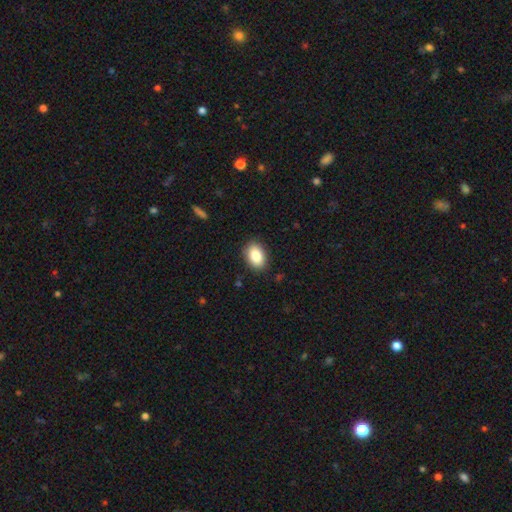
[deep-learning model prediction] Q: Smooth or featured?
A: smooth (85%); runner-up: star or artifact (8%)
Q: How rounded?
A: in between (85%); runner-up: round (14%)
Q: Merging?
A: none (88%); runner-up: minor disturbance (9%)